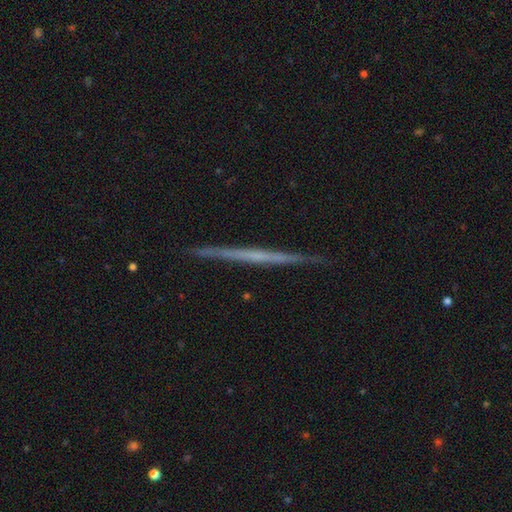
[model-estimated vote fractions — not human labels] Smooth or featured? Predicted: featured or disk (p=0.65). Edge-on disk? Predicted: yes (p=0.98). Edge-on bulge? Predicted: none (p=0.87). Merging? Predicted: none (p=0.91).